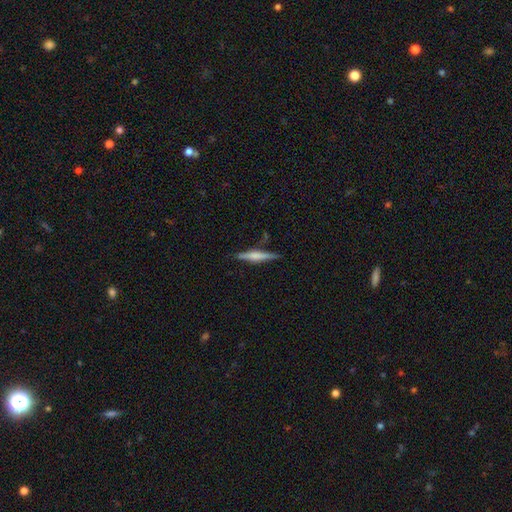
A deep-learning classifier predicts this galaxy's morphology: Smooth or featured?
  - featured or disk: 58% *
  - smooth: 36%
  - star or artifact: 6%
Edge-on disk?
  - yes: 97% *
  - no: 3%
Edge-on bulge?
  - rounded: 60% *
  - boxy: 25%
  - none: 15%
Merging?
  - none: 86% *
  - minor disturbance: 10%
  - merger: 2%
  - major disturbance: 2%